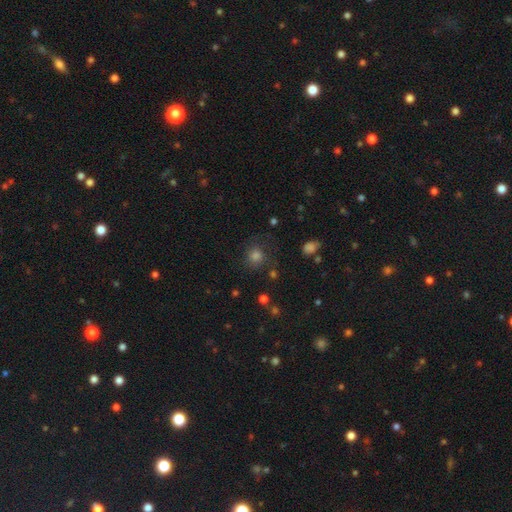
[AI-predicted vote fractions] The model was most divided on "smooth or featured": smooth: 69%, star or artifact: 21%, featured or disk: 9%. More confident: how rounded — round (86%); merging — none (73%).